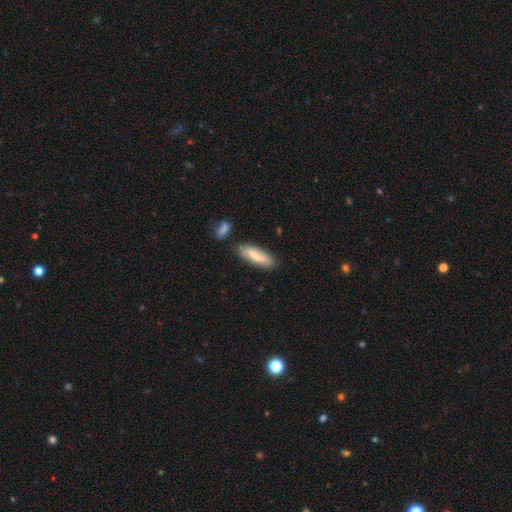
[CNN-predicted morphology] smooth_or_featured: smooth (p=0.69) [alt: featured or disk p=0.25]
how_rounded: in between (p=0.57) [alt: cigar-shaped p=0.41]
merging: none (p=0.75) [alt: minor disturbance p=0.15]